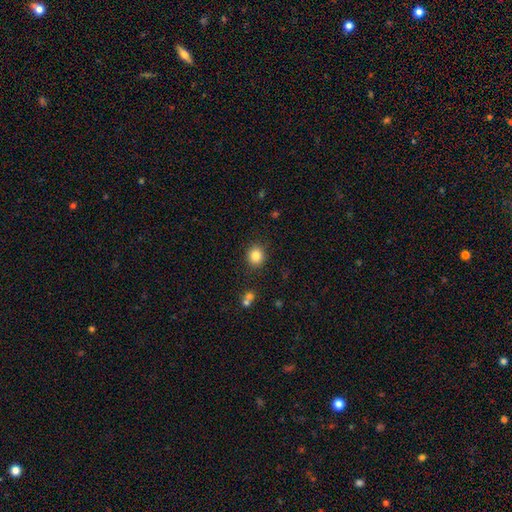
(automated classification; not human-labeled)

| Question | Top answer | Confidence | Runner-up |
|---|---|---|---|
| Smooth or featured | smooth | 84% | star or artifact (11%) |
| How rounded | round | 82% | in between (17%) |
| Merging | none | 88% | minor disturbance (7%) |